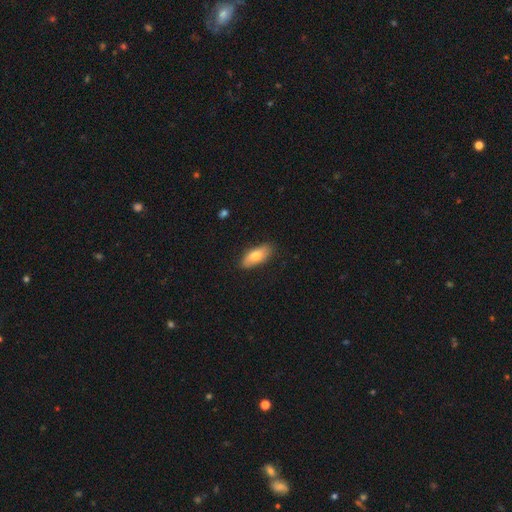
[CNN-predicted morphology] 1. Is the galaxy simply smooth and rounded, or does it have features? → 73% smooth, 21% featured or disk, 6% star or artifact.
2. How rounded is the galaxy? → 82% in between, 16% cigar-shaped, 3% round.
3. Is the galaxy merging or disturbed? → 85% none, 12% minor disturbance, 2% major disturbance, 1% merger.